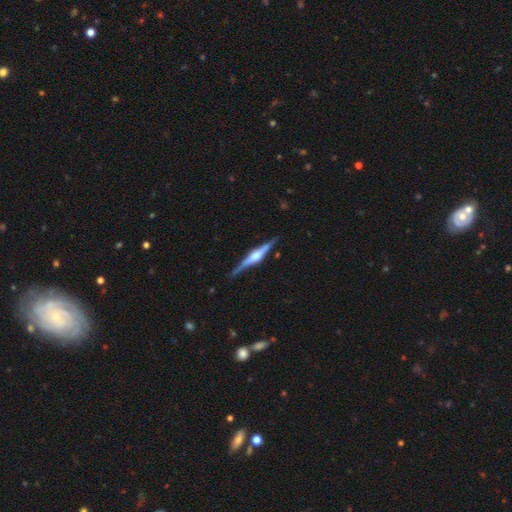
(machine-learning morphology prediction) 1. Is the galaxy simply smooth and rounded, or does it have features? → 83% featured or disk, 12% smooth, 5% star or artifact.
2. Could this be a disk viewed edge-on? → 98% yes, 2% no.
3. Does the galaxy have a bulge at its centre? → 83% rounded, 14% boxy, 3% none.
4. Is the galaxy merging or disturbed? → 87% none, 10% minor disturbance, 2% major disturbance, 1% merger.